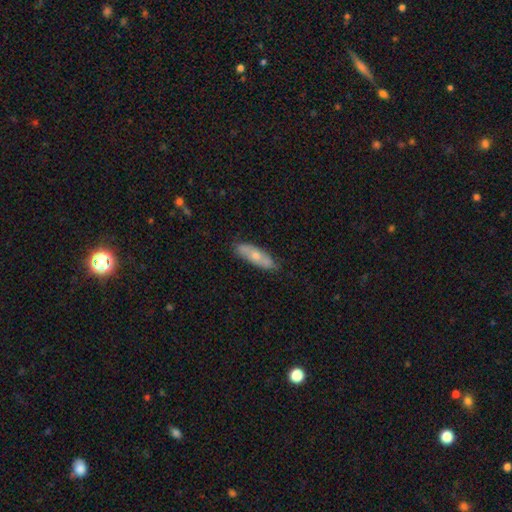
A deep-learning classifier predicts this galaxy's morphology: smooth-or-featured: smooth: 57% | featured or disk: 37% | star or artifact: 6%
  how-rounded: cigar-shaped: 50% | in between: 48% | round: 3%
  merging: none: 83% | minor disturbance: 14% | major disturbance: 2% | merger: 1%